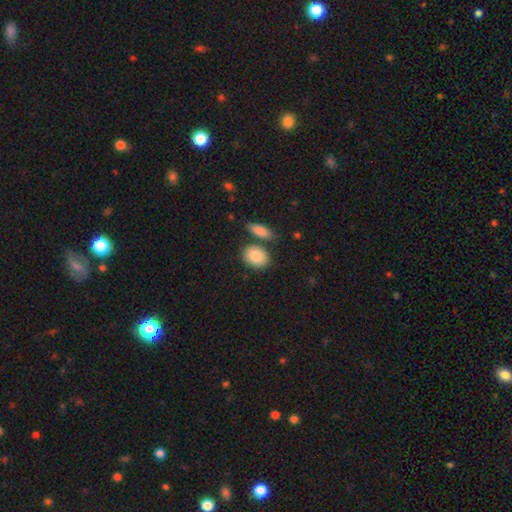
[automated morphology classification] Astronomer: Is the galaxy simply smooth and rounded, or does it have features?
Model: smooth — 86%.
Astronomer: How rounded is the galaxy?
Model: in between — 68%.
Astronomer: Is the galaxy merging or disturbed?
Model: none — 69%.